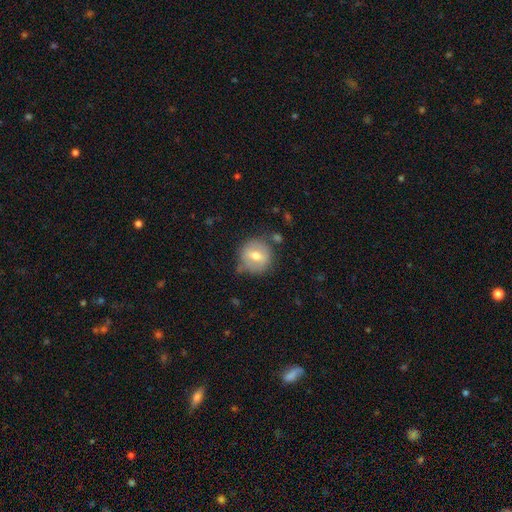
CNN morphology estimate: Smooth or featured?
  - smooth: 58% *
  - featured or disk: 35%
  - star or artifact: 8%
How rounded?
  - round: 88% *
  - in between: 11%
  - cigar-shaped: 1%
Merging?
  - none: 72% *
  - minor disturbance: 18%
  - major disturbance: 6%
  - merger: 5%